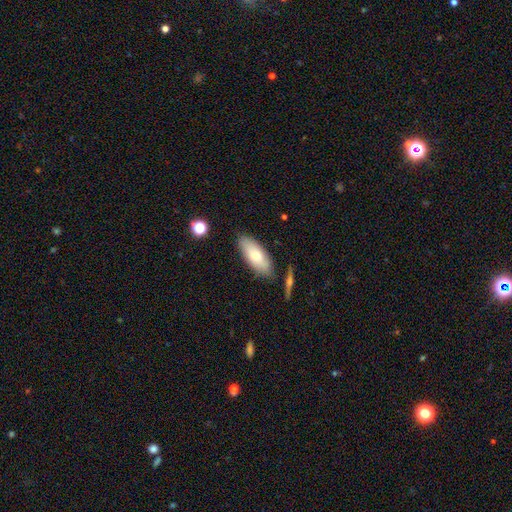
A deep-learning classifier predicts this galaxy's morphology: This appears to be a smooth galaxy with no disk features (73%) that is in between round and cigar-shaped (80%). Merging: none (80%).